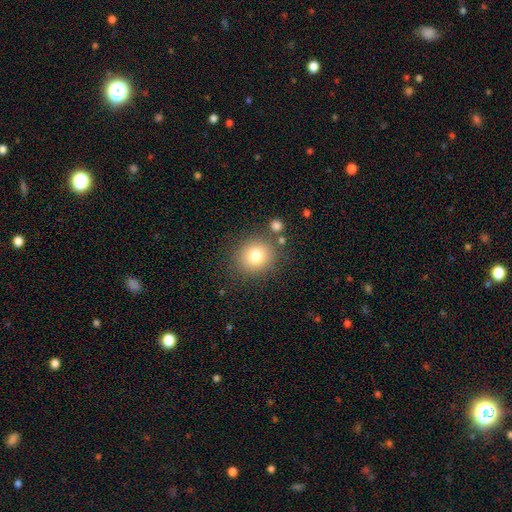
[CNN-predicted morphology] Overall: smooth (78%). How rounded: round (86%). Merging: none (81%).